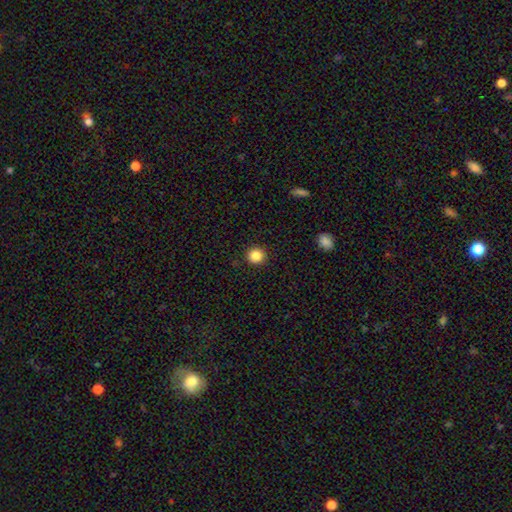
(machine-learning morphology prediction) Smooth or featured? Predicted: smooth (p=0.86). How rounded? Predicted: round (p=0.93). Merging? Predicted: none (p=0.93).